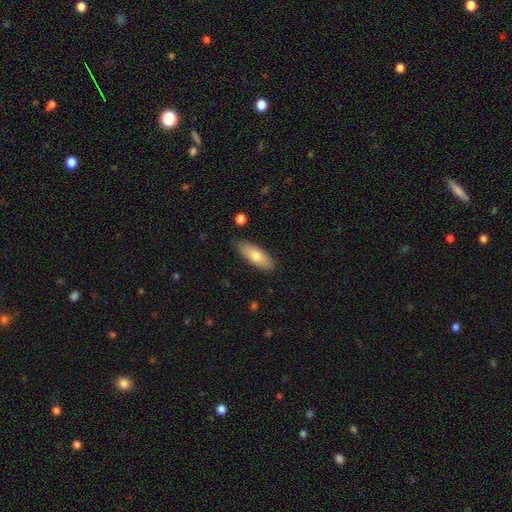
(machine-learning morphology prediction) Overall: smooth (72%). How rounded: in between (73%). Merging: none (86%).